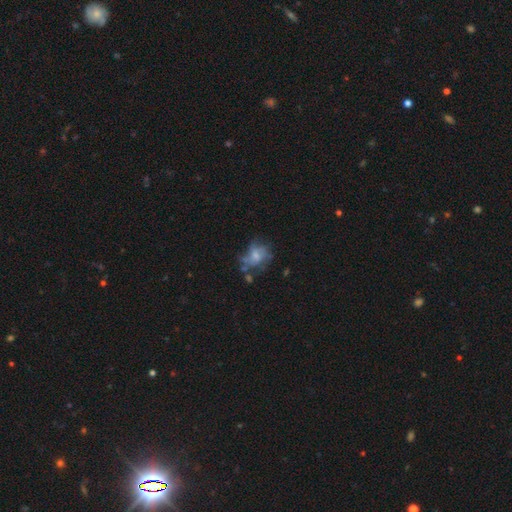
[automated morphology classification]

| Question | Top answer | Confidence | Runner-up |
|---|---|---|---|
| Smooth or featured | featured or disk | 54% | smooth (35%) |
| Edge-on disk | no | 97% | yes (3%) |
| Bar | no | 69% | weak (27%) |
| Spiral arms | yes | 60% | no (40%) |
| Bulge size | small | 41% | moderate (38%) |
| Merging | none | 39% | major disturbance (29%) |